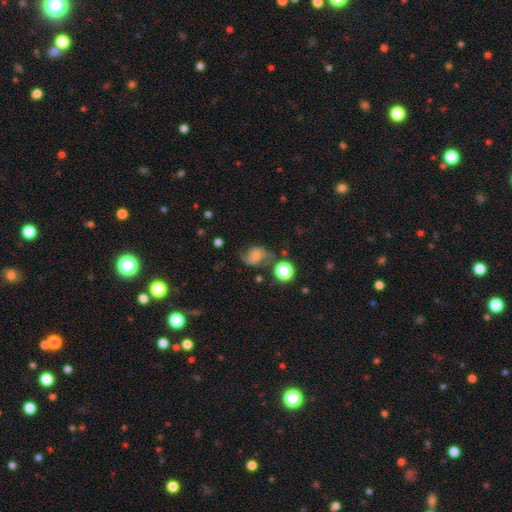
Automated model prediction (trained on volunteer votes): Q: Smooth or featured?
A: featured or disk (51%); runner-up: smooth (35%)
Q: Edge-on disk?
A: no (97%); runner-up: yes (3%)
Q: Merging?
A: none (47%); runner-up: minor disturbance (26%)